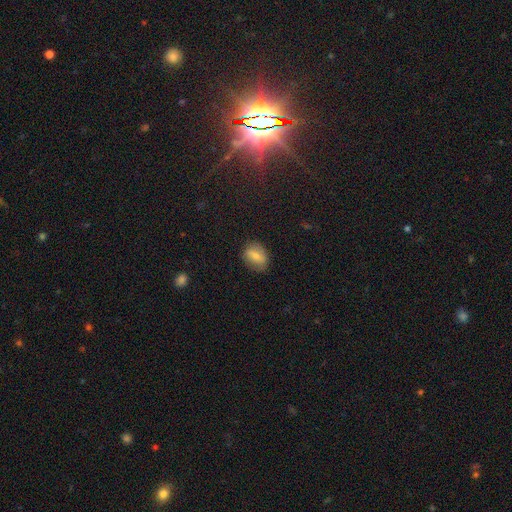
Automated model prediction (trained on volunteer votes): Smooth or featured? smooth (69%)
How rounded? in between (69%)
Merging? none (79%)